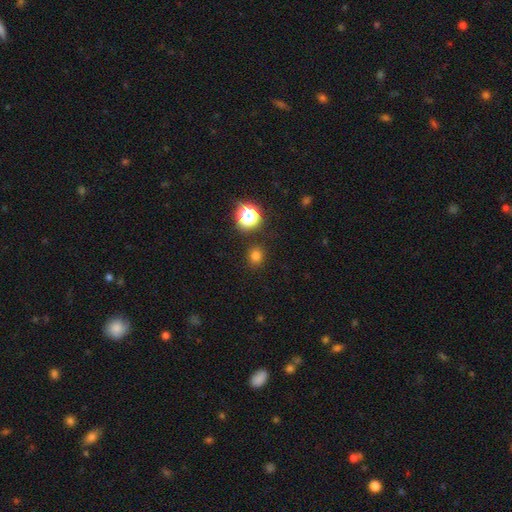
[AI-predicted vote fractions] A smooth galaxy with no disk features (75%) that is round (79%). Merging: none (87%).